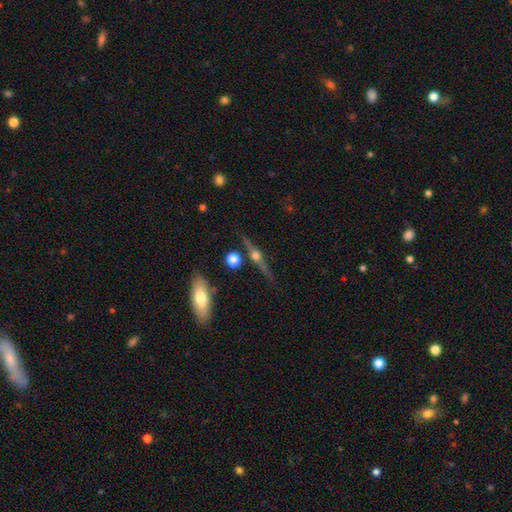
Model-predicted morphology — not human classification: This appears to be a featured or disk galaxy (78%) viewed edge-on (96%) with a rounded central bulge (95%). Merging: none (83%).